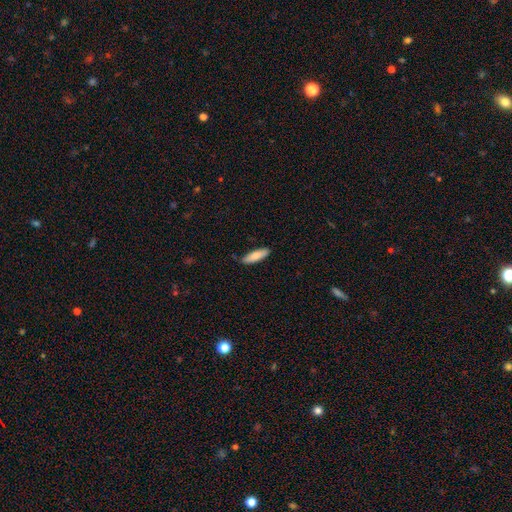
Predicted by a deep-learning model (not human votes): Overall: smooth (84%). How rounded: cigar-shaped (54%; in between 44%). Merging: none (85%).